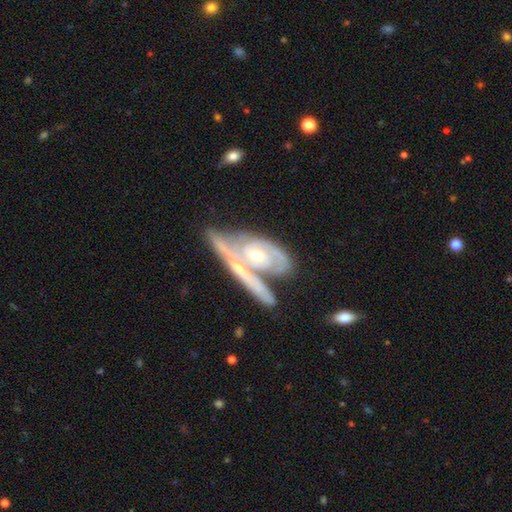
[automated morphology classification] The model was most divided on "merging": merger: 43%, none: 33%, minor disturbance: 16%, major disturbance: 9%. More confident: smooth or featured — featured or disk (79%); edge-on disk — no (79%); spiral arms — yes (74%); bar — no (73%); bulge size — moderate (60%).